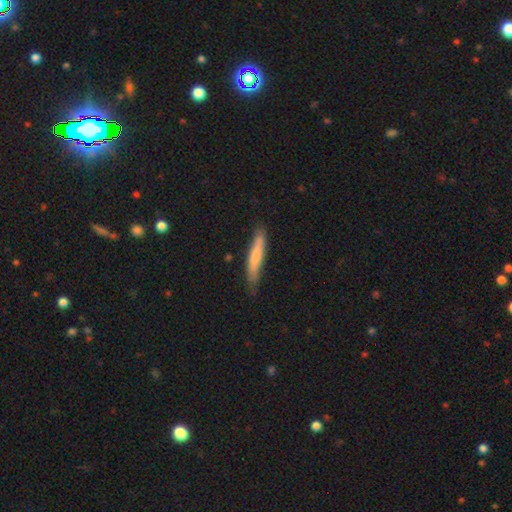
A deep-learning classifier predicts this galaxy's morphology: smooth 70%, featured or disk 25%, star or artifact 5%. Down the decision tree: how rounded — cigar-shaped (92%); merging — none (73%).